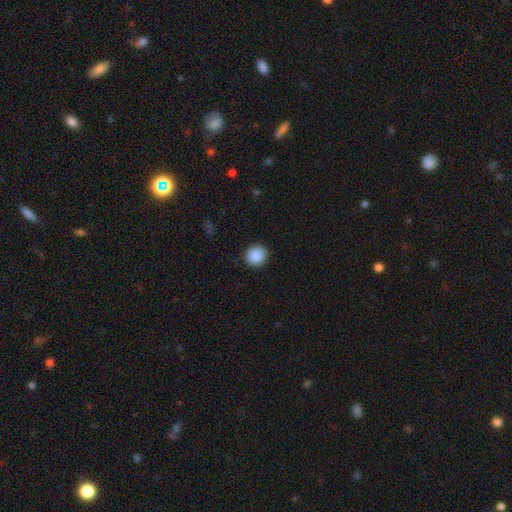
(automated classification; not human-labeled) Morphology: type=smooth (89%); roundness=round (91%); merging=none (92%).